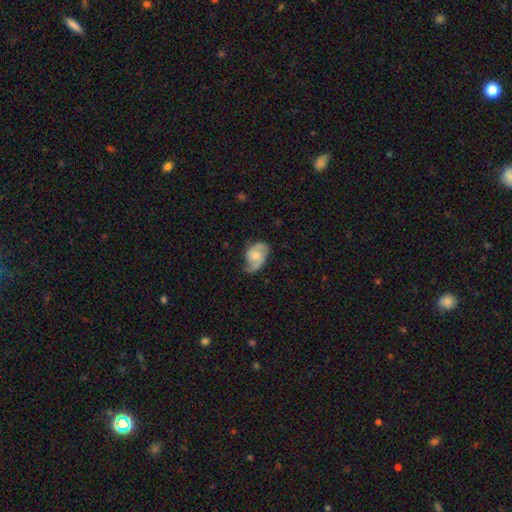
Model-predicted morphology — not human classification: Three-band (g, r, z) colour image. It shows a featured or disk galaxy (66%) with no bar (63%), 2 (76%) medium (45%) spiral arms (90%) and a moderate central bulge (51%). Merging: none (53%).